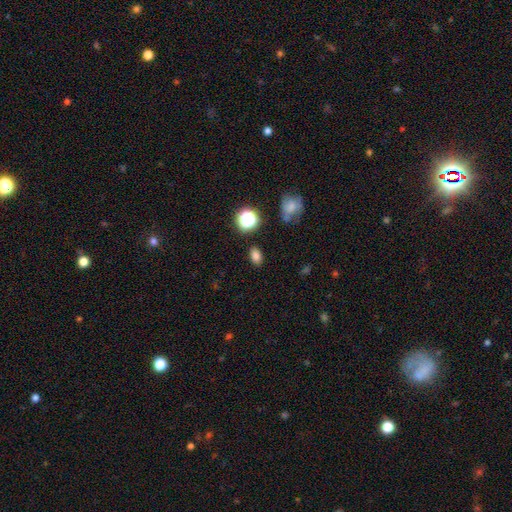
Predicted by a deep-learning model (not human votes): This appears to be a smooth galaxy with no disk features (79%) that is in between round and cigar-shaped (79%). Merging: none (85%).